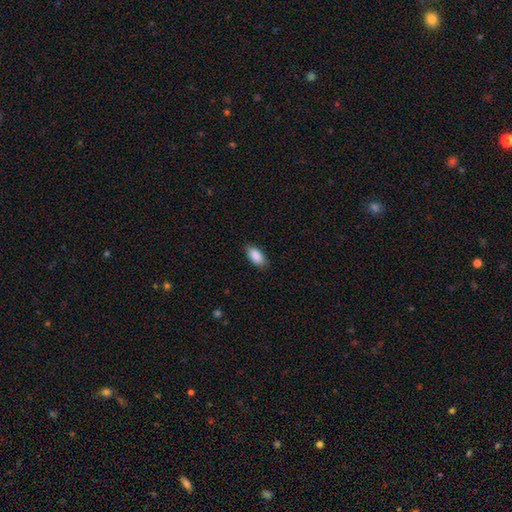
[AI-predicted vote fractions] Smooth or featured: smooth — 90% (star or artifact — 6%)
How rounded: in between — 92% (cigar-shaped — 5%)
Merging: none — 85% (minor disturbance — 12%)